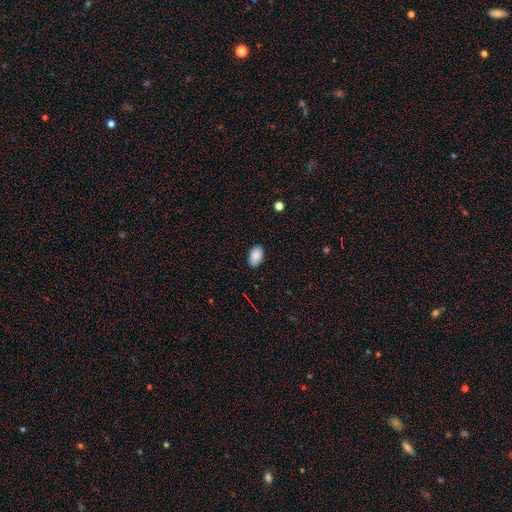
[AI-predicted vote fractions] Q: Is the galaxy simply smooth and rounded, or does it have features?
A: smooth — 89%.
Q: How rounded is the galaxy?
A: in between — 93%.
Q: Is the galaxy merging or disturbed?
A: none — 88%.